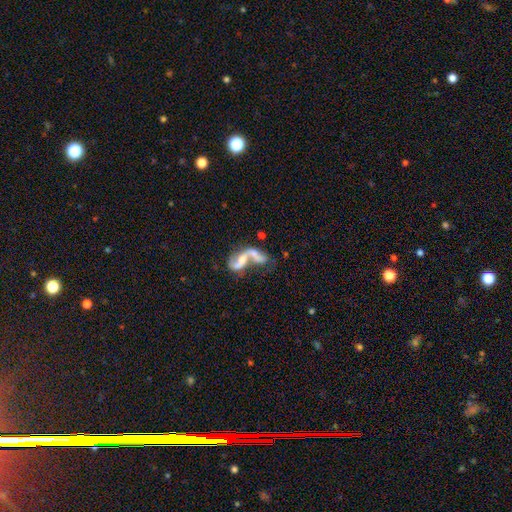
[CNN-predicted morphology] This is likely a featured or disk galaxy (66%). It is clearly not viewed edge-on (94%). Bar: possibly no (52%). Spiral arm pattern: likely yes (69%). Central bulge: marginally none (35%). Merging: likely merger (60%).